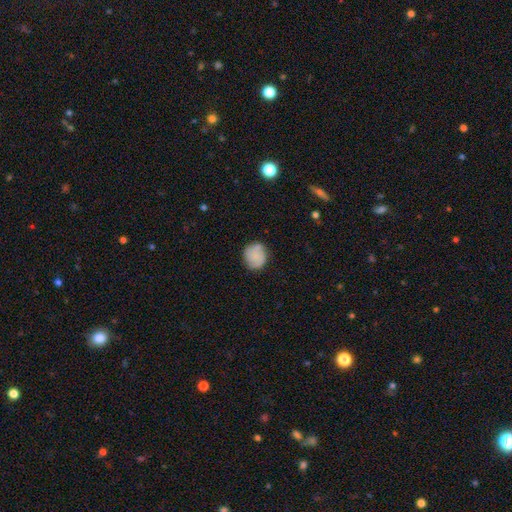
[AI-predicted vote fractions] A smooth galaxy with no disk features (66%) that is round (83%).

Vote fractions:
- Smooth or featured? smooth: 66% / featured or disk: 26% / star or artifact: 8%
- How rounded? round: 83% / in between: 16% / cigar-shaped: 1%
- Merging? none: 75% / minor disturbance: 18% / major disturbance: 5% / merger: 2%